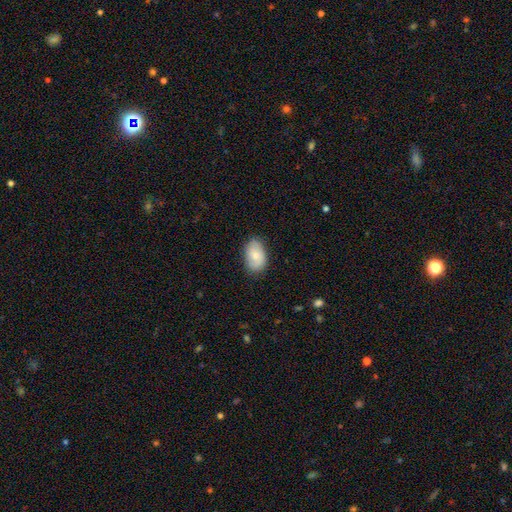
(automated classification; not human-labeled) smooth_or_featured: smooth (p=0.72) [alt: featured or disk p=0.22]
how_rounded: in between (p=0.91) [alt: round p=0.08]
merging: none (p=0.78) [alt: minor disturbance p=0.18]